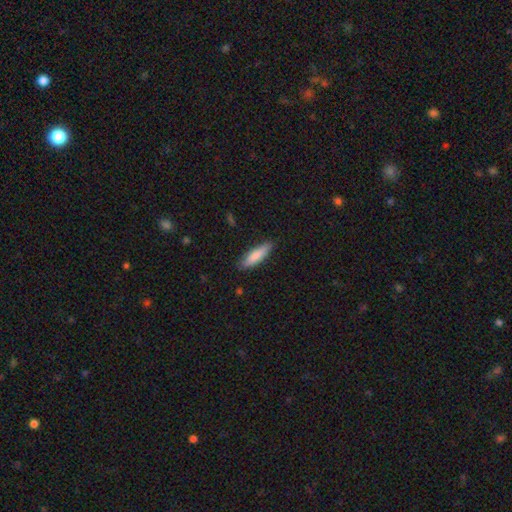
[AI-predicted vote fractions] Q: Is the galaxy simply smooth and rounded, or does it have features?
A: smooth — 82%.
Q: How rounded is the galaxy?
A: cigar-shaped — 64%.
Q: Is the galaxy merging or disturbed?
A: none — 84%.